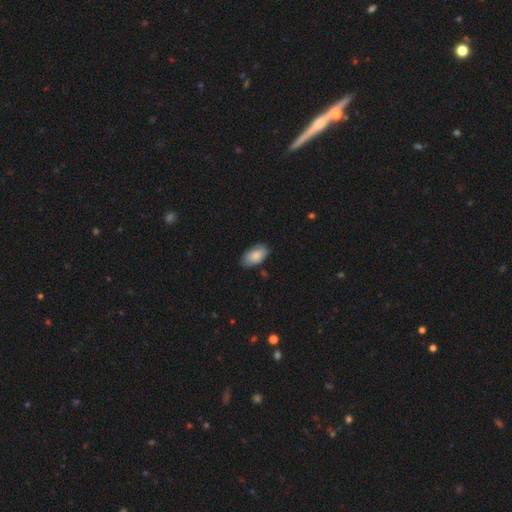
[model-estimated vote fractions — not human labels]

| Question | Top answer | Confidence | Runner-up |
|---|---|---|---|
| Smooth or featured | smooth | 82% | featured or disk (12%) |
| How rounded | in between | 94% | round (4%) |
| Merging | none | 72% | minor disturbance (23%) |